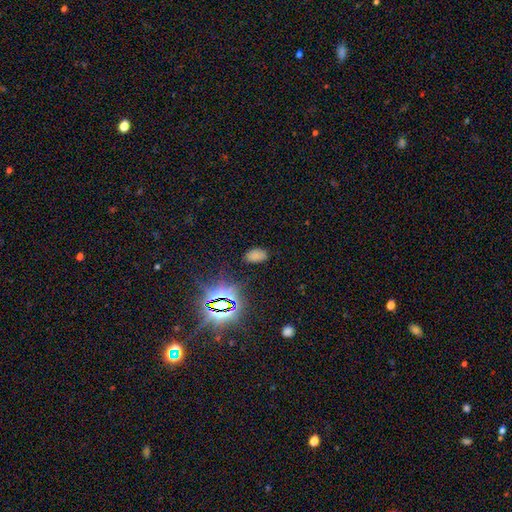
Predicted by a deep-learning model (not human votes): smooth 68%, star or artifact 26%, featured or disk 6%. Down the decision tree: how rounded — in between (93%); merging — none (83%).